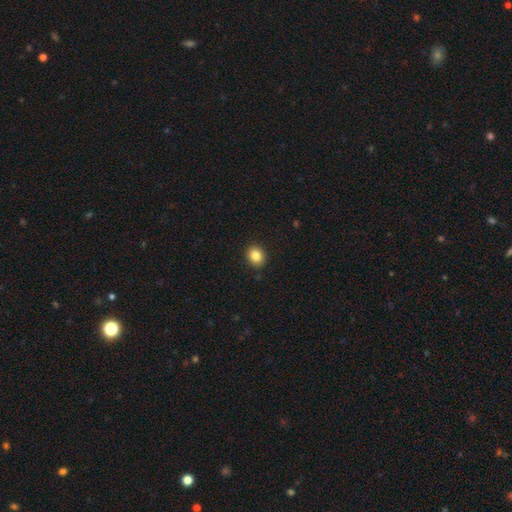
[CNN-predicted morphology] A smooth galaxy with no disk features (85%) that is round (61%).

Vote fractions:
- Smooth or featured? smooth: 85% / star or artifact: 10% / featured or disk: 6%
- How rounded? round: 61% / in between: 38% / cigar-shaped: 1%
- Merging? none: 91% / minor disturbance: 7% / major disturbance: 2% / merger: 1%